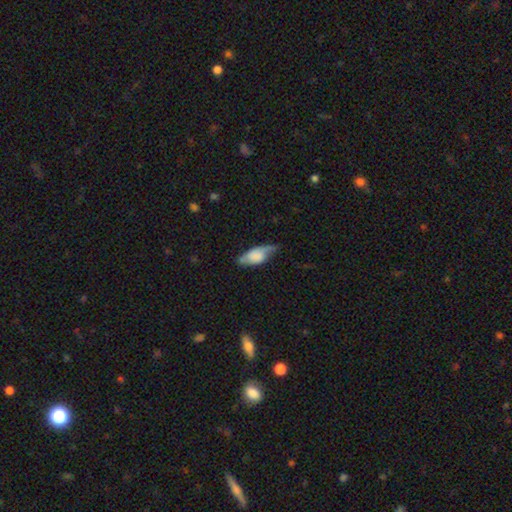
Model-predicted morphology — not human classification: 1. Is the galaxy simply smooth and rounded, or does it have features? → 60% smooth, 33% featured or disk, 7% star or artifact.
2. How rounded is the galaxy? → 84% in between, 13% cigar-shaped, 3% round.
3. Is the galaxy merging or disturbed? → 47% none, 37% minor disturbance, 13% major disturbance, 3% merger.